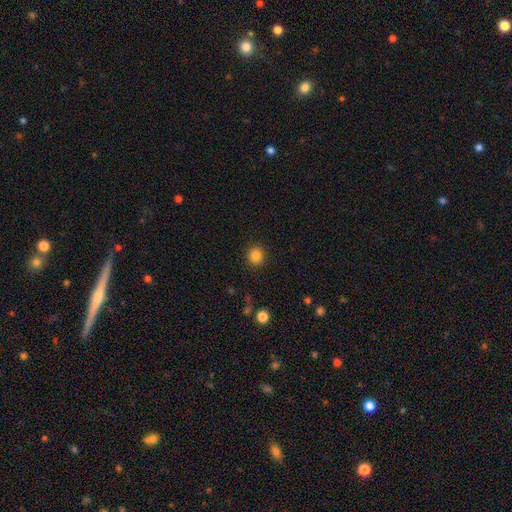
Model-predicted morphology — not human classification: This is clearly a smooth galaxy (83%). How rounded: clearly round (88%). Merging: clearly none (90%).